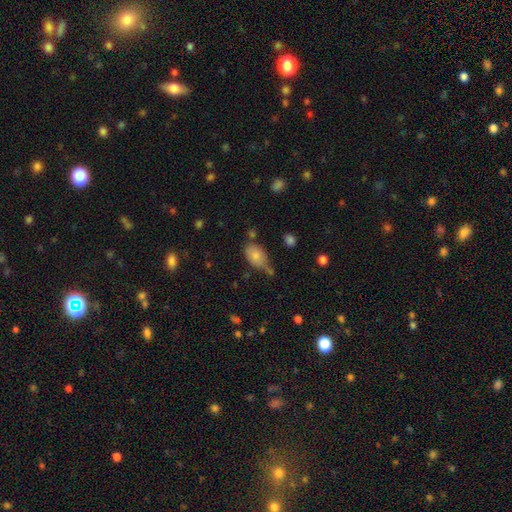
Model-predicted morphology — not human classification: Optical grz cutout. It shows a smooth galaxy with no disk features (80%) that is in between round and cigar-shaped (88%). Merging: none (46%).